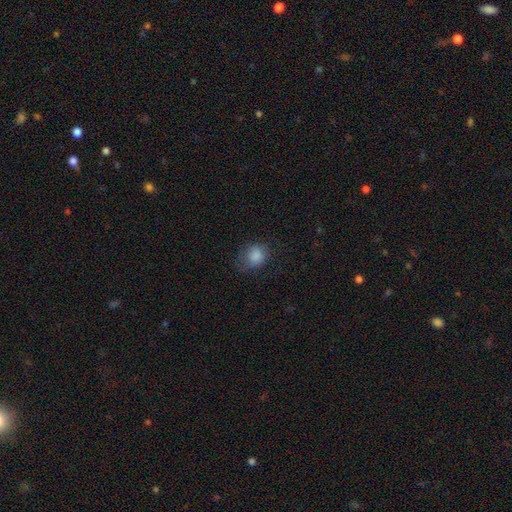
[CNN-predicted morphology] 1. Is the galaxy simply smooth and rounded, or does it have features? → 84% smooth, 9% star or artifact, 7% featured or disk.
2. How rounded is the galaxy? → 61% round, 38% in between, 1% cigar-shaped.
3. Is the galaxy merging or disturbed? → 60% none, 26% minor disturbance, 12% major disturbance, 1% merger.